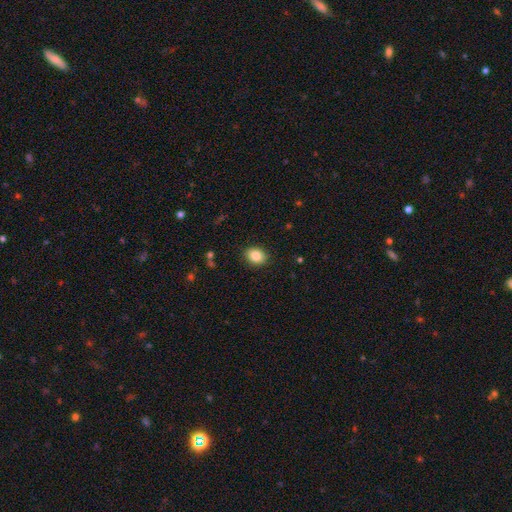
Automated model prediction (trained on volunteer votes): This appears to be a smooth galaxy with no disk features (86%) that is in between round and cigar-shaped (63%). Merging: none (89%).